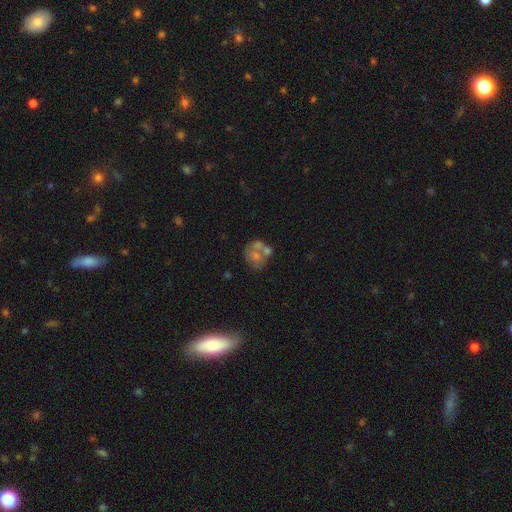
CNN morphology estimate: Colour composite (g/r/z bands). It shows a smooth galaxy with no disk features (43%). Merging: merger (44%).